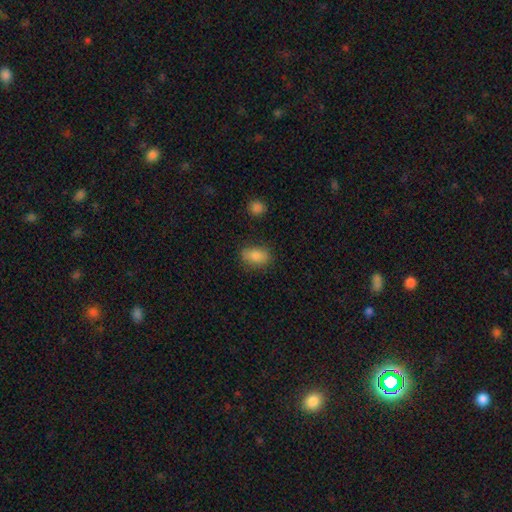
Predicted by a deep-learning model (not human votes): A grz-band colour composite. It shows a smooth galaxy with no disk features (85%) that is in between round and cigar-shaped (86%). Merging: none (80%).